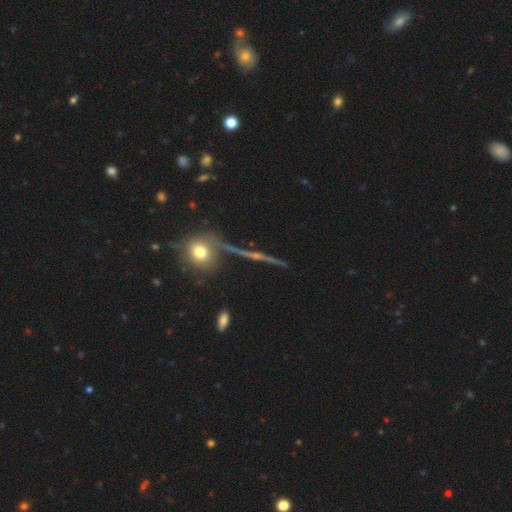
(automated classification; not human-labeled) Morphology: type=featured or disk (80%); edge-on=yes (95%); edge-on bulge=rounded (76%); merging=none (84%).